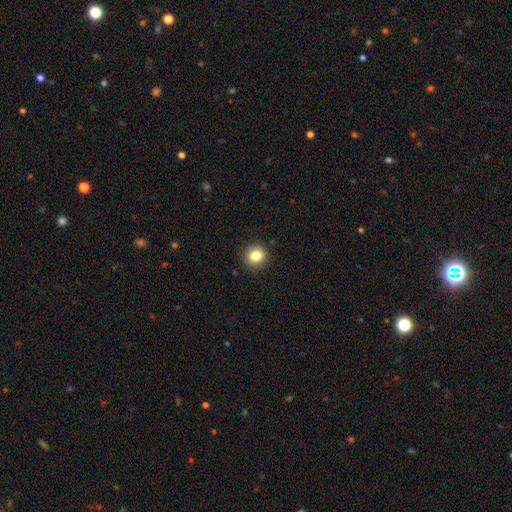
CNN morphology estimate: smooth-or-featured: smooth: 83% | star or artifact: 11% | featured or disk: 6%
  how-rounded: round: 88% | in between: 11% | cigar-shaped: 1%
  merging: none: 91% | minor disturbance: 6% | major disturbance: 2% | merger: 1%